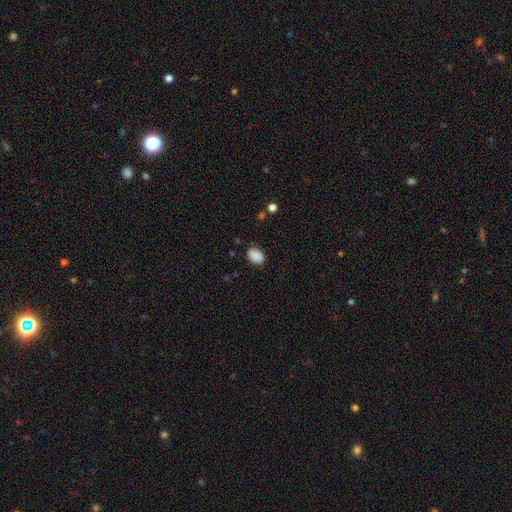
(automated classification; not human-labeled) Overall: smooth (88%). How rounded: in between (78%). Merging: none (80%).